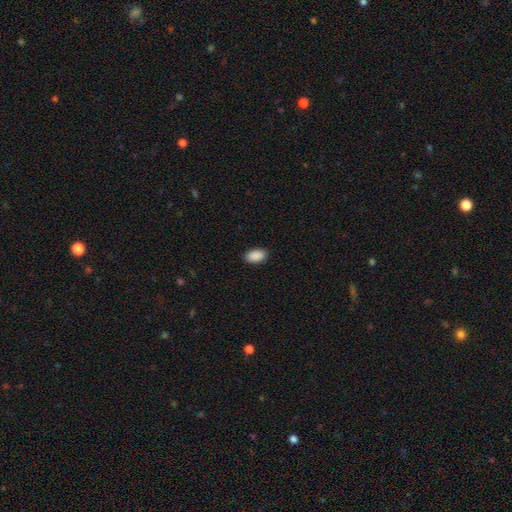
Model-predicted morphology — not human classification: smooth-or-featured: smooth: 91% | star or artifact: 7% | featured or disk: 2%
  how-rounded: in between: 93% | round: 6% | cigar-shaped: 2%
  merging: none: 89% | minor disturbance: 8% | major disturbance: 2% | merger: 1%